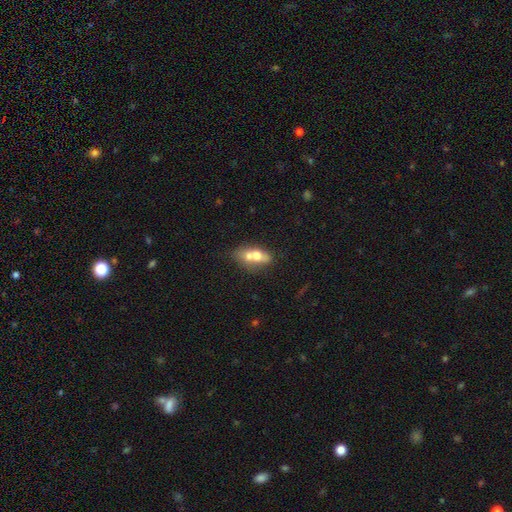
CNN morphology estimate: Smooth or featured? Predicted: smooth (p=0.61). How rounded? Predicted: in between (p=0.72). Merging? Predicted: merger (p=0.60).